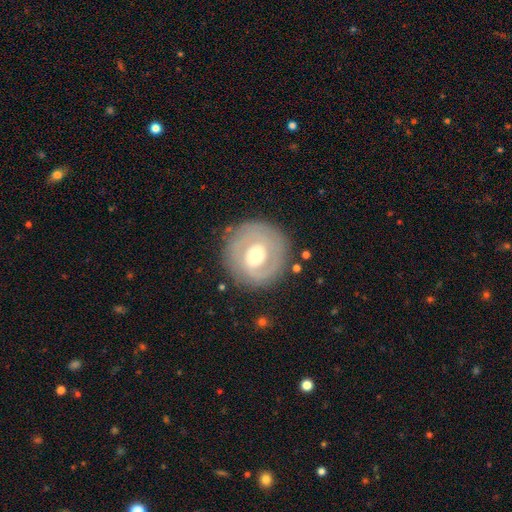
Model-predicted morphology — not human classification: A featured or disk galaxy (65%) with no bar (50%), spiral arms (60%) and a moderate central bulge (71%). Merging: none (82%).